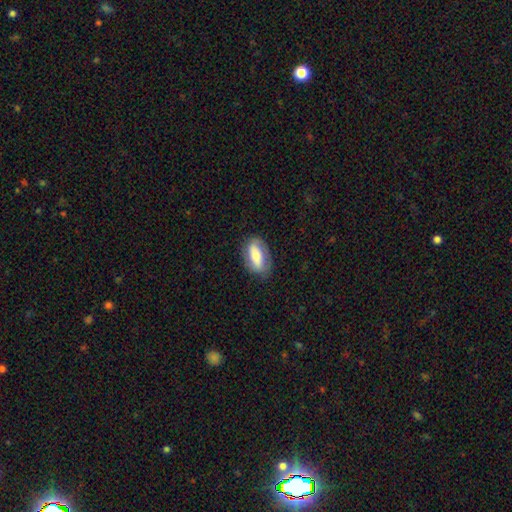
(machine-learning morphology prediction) Smooth or featured?
  - smooth: 62% *
  - featured or disk: 31%
  - star or artifact: 6%
How rounded?
  - in between: 83% *
  - cigar-shaped: 13%
  - round: 4%
Merging?
  - none: 78% *
  - minor disturbance: 16%
  - major disturbance: 5%
  - merger: 1%